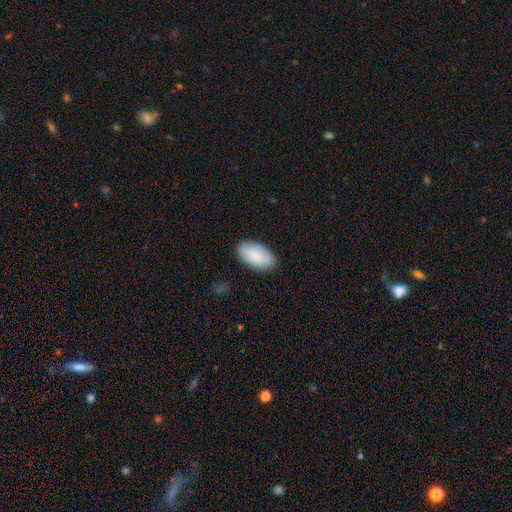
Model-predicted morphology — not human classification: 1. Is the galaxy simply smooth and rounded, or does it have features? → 85% smooth, 9% featured or disk, 6% star or artifact.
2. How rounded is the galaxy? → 96% in between, 3% round, 2% cigar-shaped.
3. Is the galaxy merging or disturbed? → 87% none, 10% minor disturbance, 2% major disturbance, 1% merger.